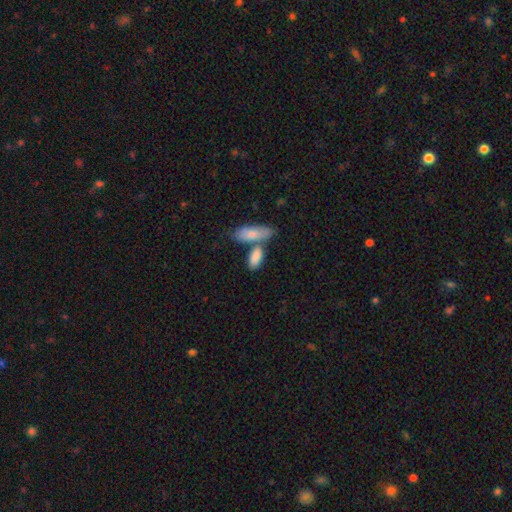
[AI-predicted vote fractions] Smooth or featured: smooth — 83% (featured or disk — 11%)
How rounded: in between — 78% (cigar-shaped — 18%)
Merging: none — 48% (merger — 36%)